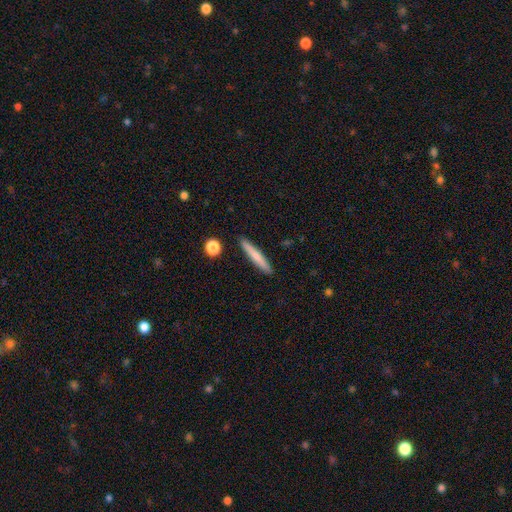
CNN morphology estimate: Smooth or featured: smooth — 69% (featured or disk — 25%)
How rounded: cigar-shaped — 94% (in between — 4%)
Merging: none — 91% (minor disturbance — 6%)